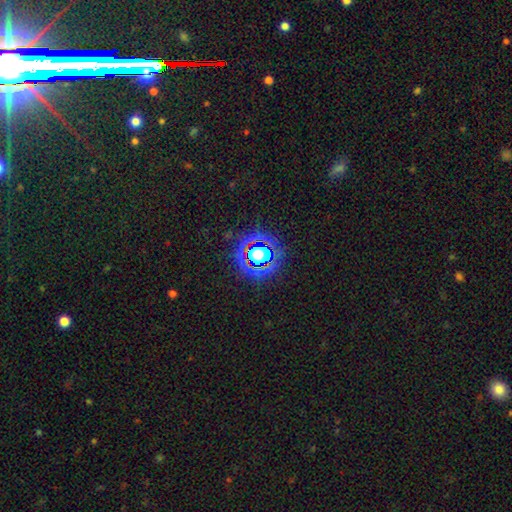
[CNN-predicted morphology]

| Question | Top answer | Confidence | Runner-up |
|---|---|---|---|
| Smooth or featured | star or artifact | 77% | smooth (15%) |